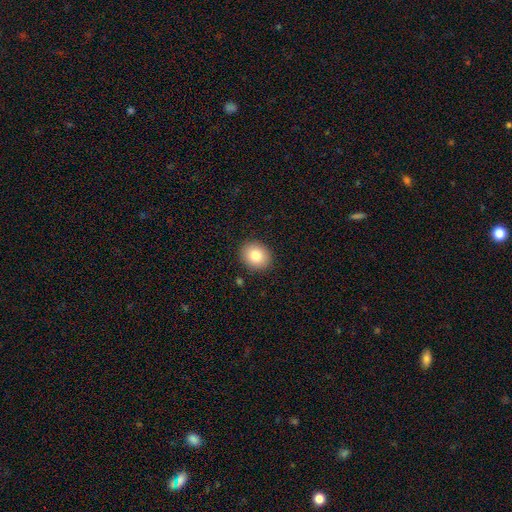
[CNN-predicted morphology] type=smooth (82%); roundness=round (66%); merging=none (89%).